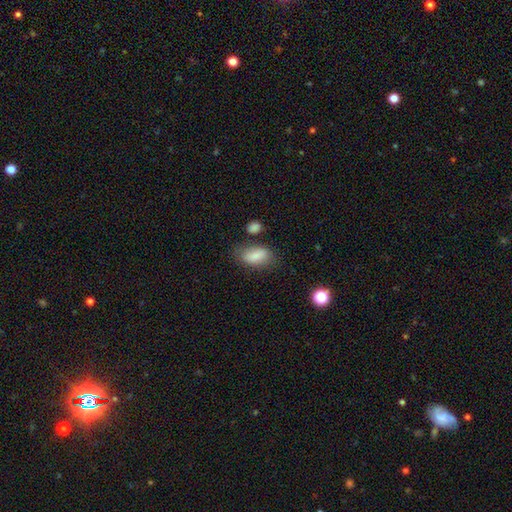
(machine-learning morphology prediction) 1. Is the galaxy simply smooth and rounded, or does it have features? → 83% smooth, 9% featured or disk, 8% star or artifact.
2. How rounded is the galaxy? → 90% in between, 5% round, 5% cigar-shaped.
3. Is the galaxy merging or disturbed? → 67% none, 19% minor disturbance, 7% merger, 7% major disturbance.